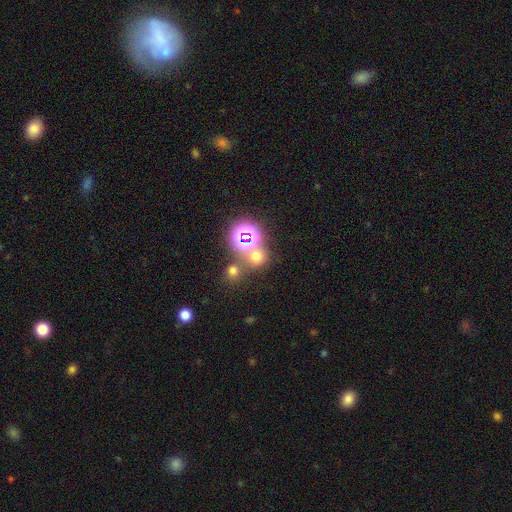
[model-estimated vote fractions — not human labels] Smooth or featured: smooth — 57% (star or artifact — 36%)
How rounded: round — 85% (in between — 14%)
Merging: none — 66% (merger — 22%)